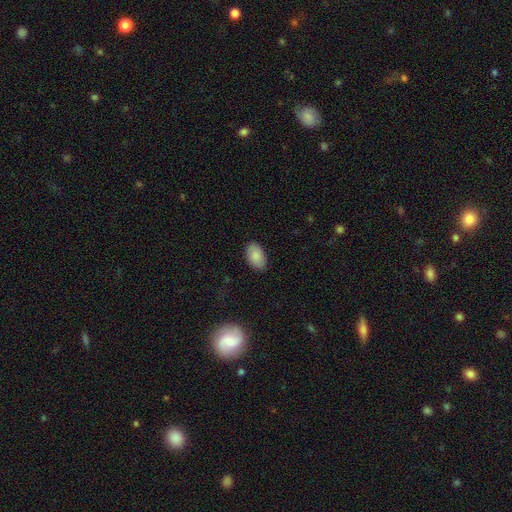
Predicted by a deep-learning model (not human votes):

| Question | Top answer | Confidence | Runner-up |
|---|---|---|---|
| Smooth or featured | smooth | 88% | star or artifact (7%) |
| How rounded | in between | 94% | round (5%) |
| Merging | none | 86% | minor disturbance (11%) |